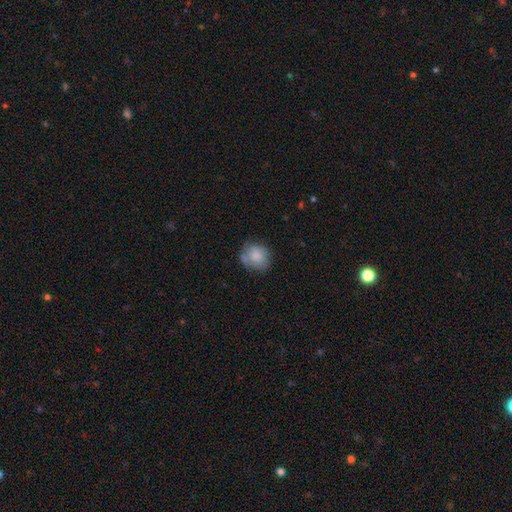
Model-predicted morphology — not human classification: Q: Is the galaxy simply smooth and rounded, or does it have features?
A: smooth — 74%.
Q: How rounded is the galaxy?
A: round — 70%.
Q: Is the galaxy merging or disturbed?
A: none — 61%.